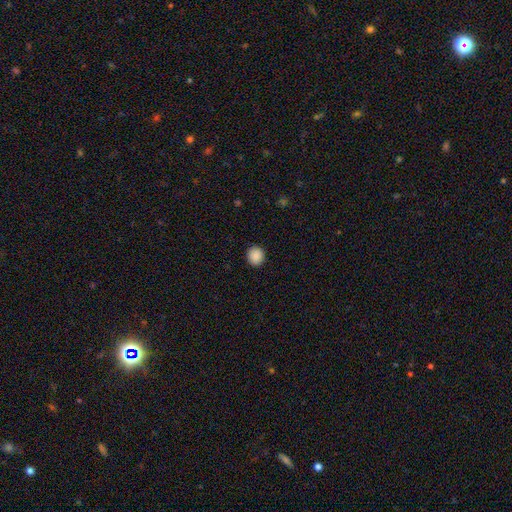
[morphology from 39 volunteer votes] A smooth galaxy with no disk features (95%) that is round (81%).

Vote fractions:
- Smooth or featured? smooth: 95% / star or artifact: 5% / featured or disk: 0%
- How rounded? round: 81% / in between: 19% / cigar-shaped: 0%
- Merging? none: 86% / minor disturbance: 11% / merger: 3% / major disturbance: 0%